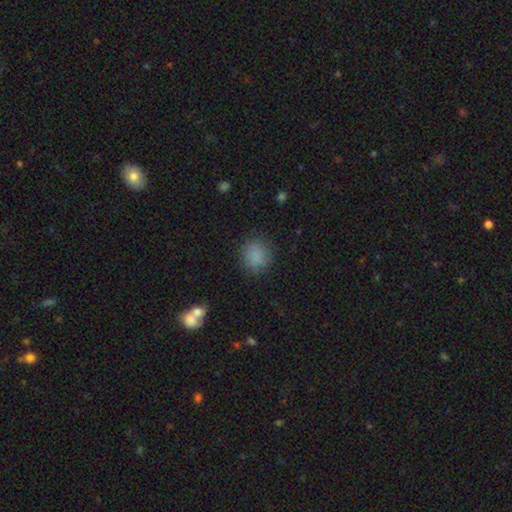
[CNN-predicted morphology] smooth-or-featured: smooth: 85% | star or artifact: 11% | featured or disk: 5%
  how-rounded: round: 85% | in between: 14% | cigar-shaped: 1%
  merging: none: 85% | minor disturbance: 10% | major disturbance: 3% | merger: 2%